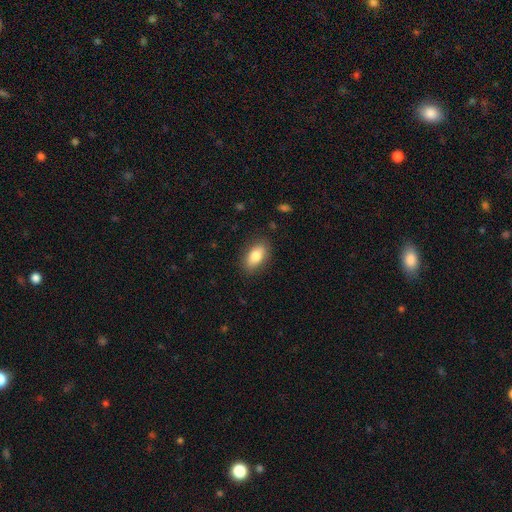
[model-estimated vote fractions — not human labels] This appears to be a smooth galaxy with no disk features (81%) that is in between round and cigar-shaped (89%). Merging: none (85%).